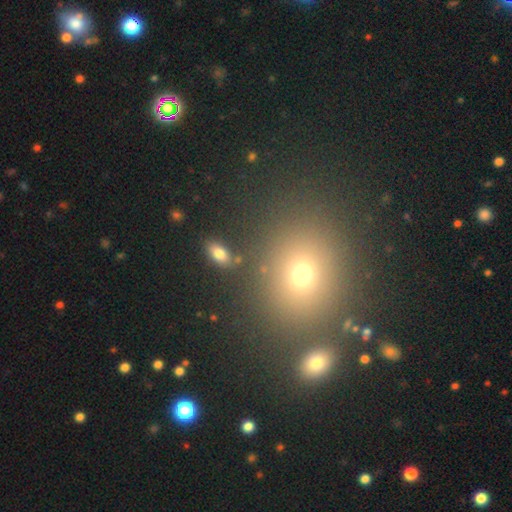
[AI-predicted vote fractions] Q: Smooth or featured?
A: smooth (60%); runner-up: star or artifact (29%)
Q: How rounded?
A: round (62%); runner-up: in between (37%)
Q: Merging?
A: none (82%); runner-up: minor disturbance (8%)